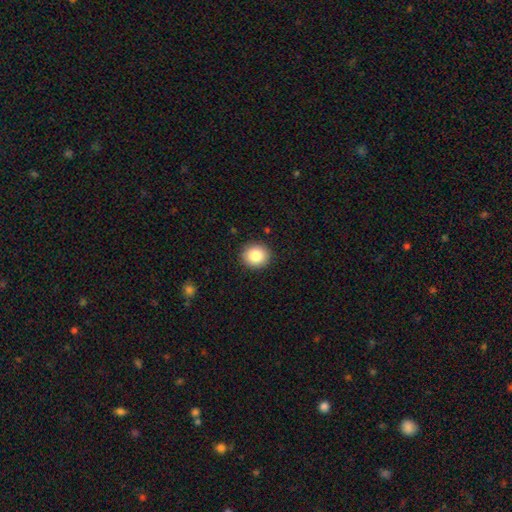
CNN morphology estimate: Overall: smooth (85%). How rounded: round (86%). Merging: none (91%).